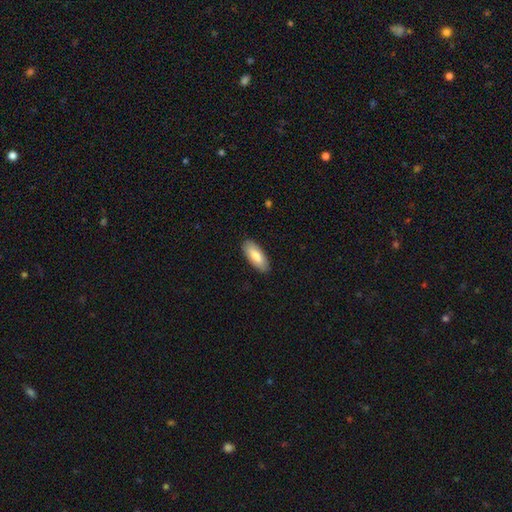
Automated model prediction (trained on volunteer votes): smooth_or_featured: smooth (p=0.81) [alt: featured or disk p=0.13]
how_rounded: in between (p=0.83) [alt: cigar-shaped p=0.16]
merging: none (p=0.89) [alt: minor disturbance p=0.08]